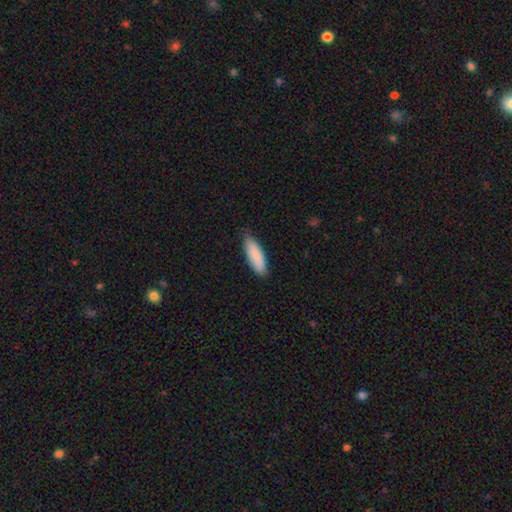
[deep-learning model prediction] This appears to be a smooth galaxy with no disk features (87%) that is in between round and cigar-shaped (56%). Merging: none (79%).